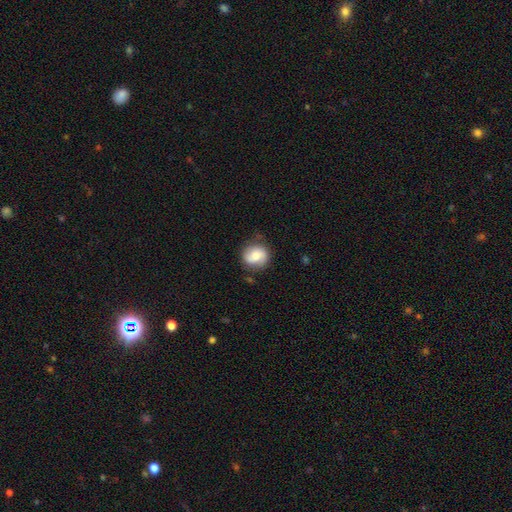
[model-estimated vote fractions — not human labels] smooth-or-featured: smooth: 61% | featured or disk: 31% | star or artifact: 8%
  how-rounded: round: 80% | in between: 19% | cigar-shaped: 1%
  merging: none: 73% | minor disturbance: 19% | major disturbance: 5% | merger: 2%